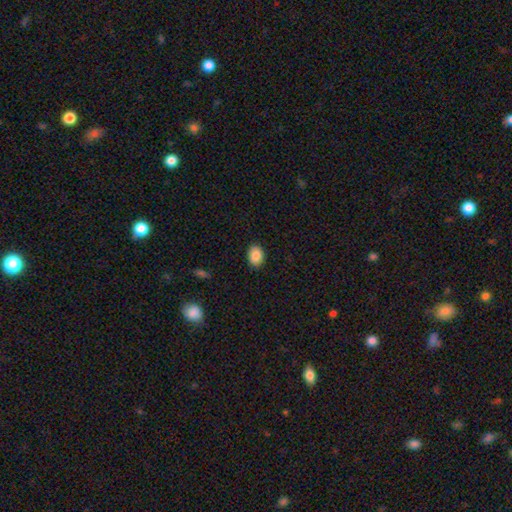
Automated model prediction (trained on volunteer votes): Smooth or featured? Predicted: smooth (p=0.88). How rounded? Predicted: in between (p=0.78). Merging? Predicted: none (p=0.89).